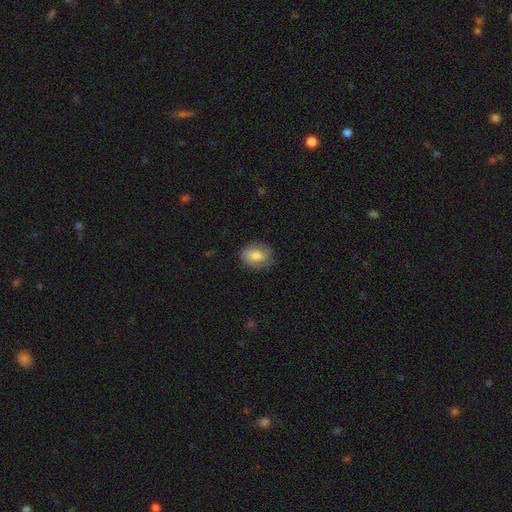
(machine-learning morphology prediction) Q: Smooth or featured?
A: smooth (72%); runner-up: featured or disk (20%)
Q: How rounded?
A: in between (61%); runner-up: round (38%)
Q: Merging?
A: none (78%); runner-up: minor disturbance (17%)